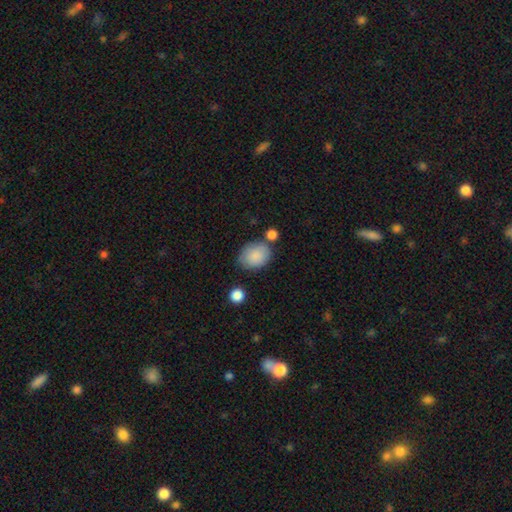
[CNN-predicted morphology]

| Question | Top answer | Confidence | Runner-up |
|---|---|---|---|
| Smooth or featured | smooth | 87% | star or artifact (7%) |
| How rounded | in between | 65% | round (34%) |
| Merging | none | 65% | minor disturbance (19%) |